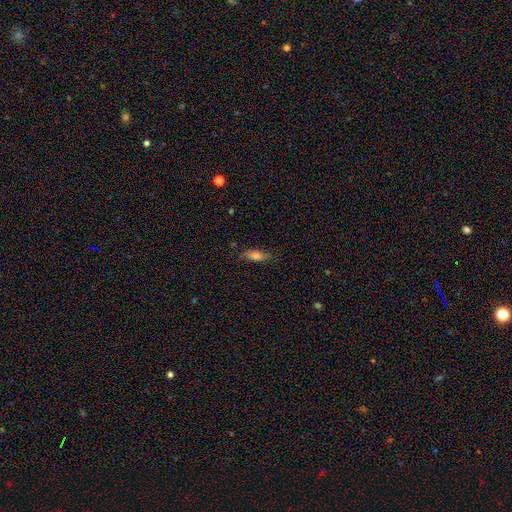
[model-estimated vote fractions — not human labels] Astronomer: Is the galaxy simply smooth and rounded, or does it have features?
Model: smooth — 74%.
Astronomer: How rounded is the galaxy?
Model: in between — 60% (runner-up: cigar-shaped, 38%).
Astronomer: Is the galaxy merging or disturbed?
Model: none — 81%.